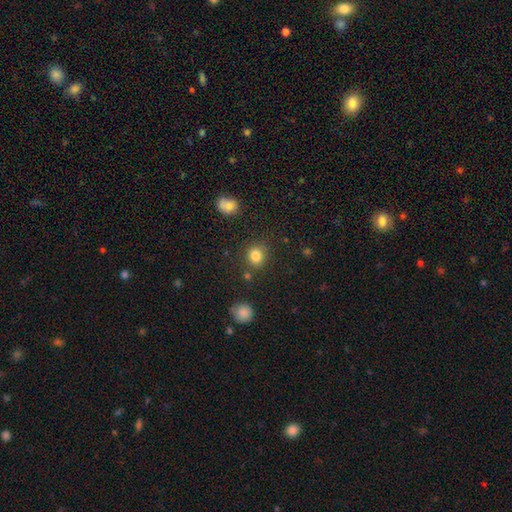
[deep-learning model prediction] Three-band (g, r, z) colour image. It shows a smooth galaxy with no disk features (83%) that is round (76%). Merging: none (81%).